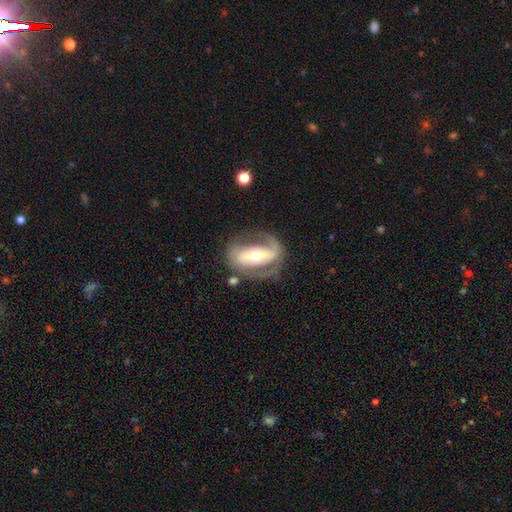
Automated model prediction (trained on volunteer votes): This appears to be a featured or disk galaxy (79%) with a strong bar (57%), 2 (75%) medium (42%) spiral arms (78%) and a moderate central bulge (57%). Merging: none (64%).